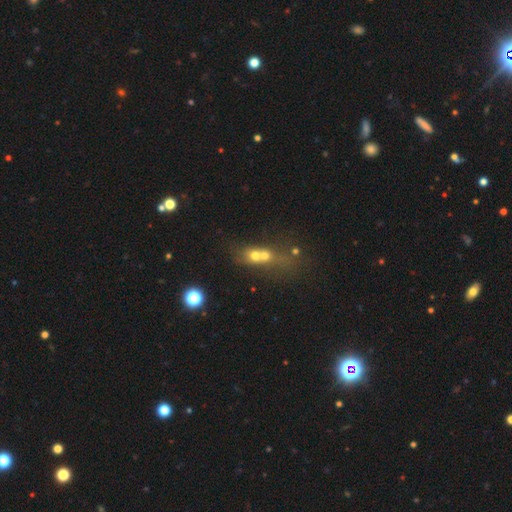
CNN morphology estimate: Smooth or featured? smooth (55%)
How rounded? round (53%)
Merging? merger (72%)